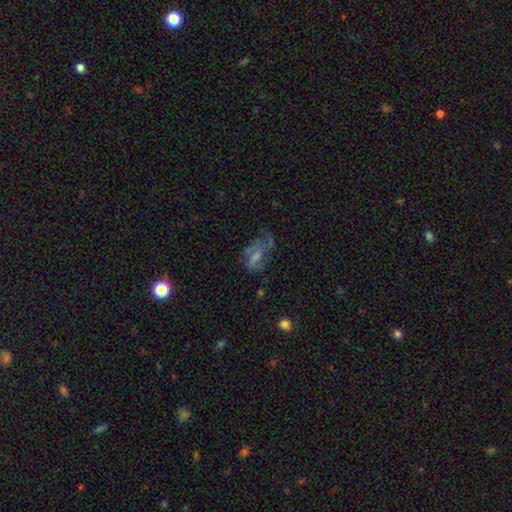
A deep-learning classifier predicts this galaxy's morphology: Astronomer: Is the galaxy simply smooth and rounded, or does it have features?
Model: featured or disk — 50% (runner-up: smooth, 37%).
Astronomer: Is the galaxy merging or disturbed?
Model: major disturbance — 40% (runner-up: none, 33%).